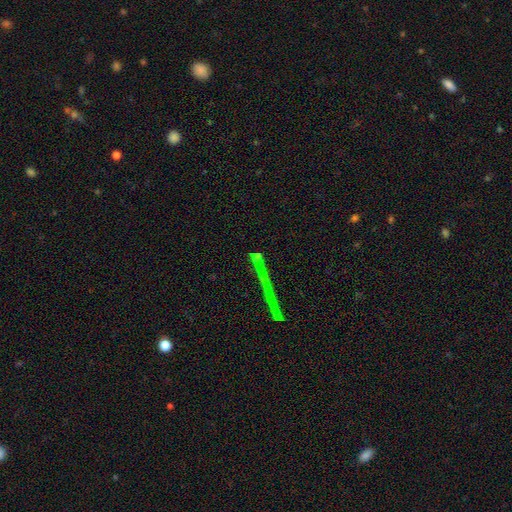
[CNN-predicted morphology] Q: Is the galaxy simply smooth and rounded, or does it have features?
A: star or artifact — 54%.